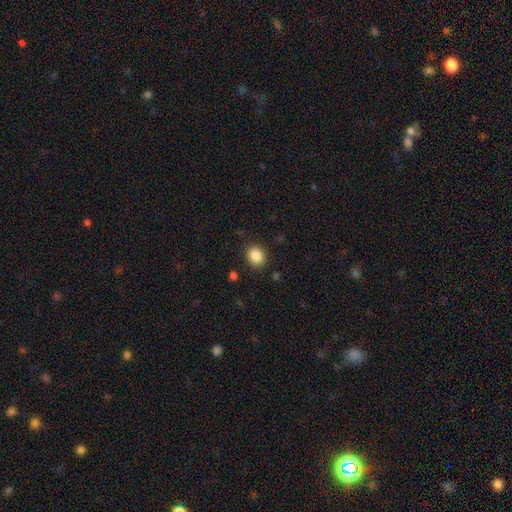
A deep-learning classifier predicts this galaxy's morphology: Smooth or featured? smooth (86%)
How rounded? round (69%)
Merging? none (88%)